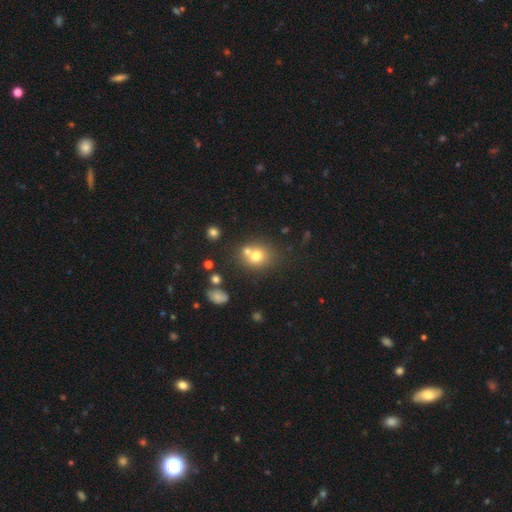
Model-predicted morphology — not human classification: A smooth galaxy with no disk features (70%) that is round (74%). Merging: none (50%).